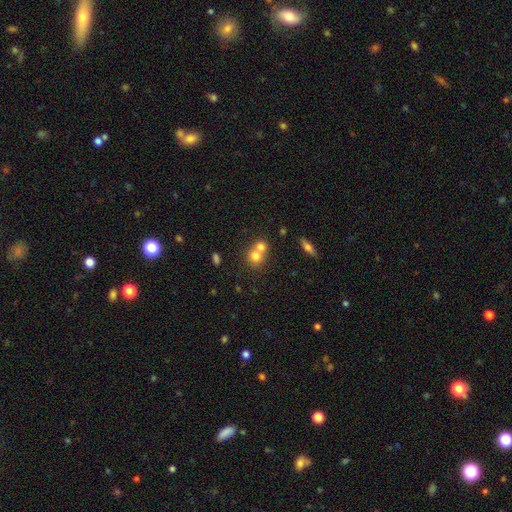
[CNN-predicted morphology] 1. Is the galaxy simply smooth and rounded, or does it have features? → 73% smooth, 16% featured or disk, 11% star or artifact.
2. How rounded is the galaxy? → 77% round, 21% in between, 1% cigar-shaped.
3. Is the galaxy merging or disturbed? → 60% merger, 32% none, 5% minor disturbance, 3% major disturbance.